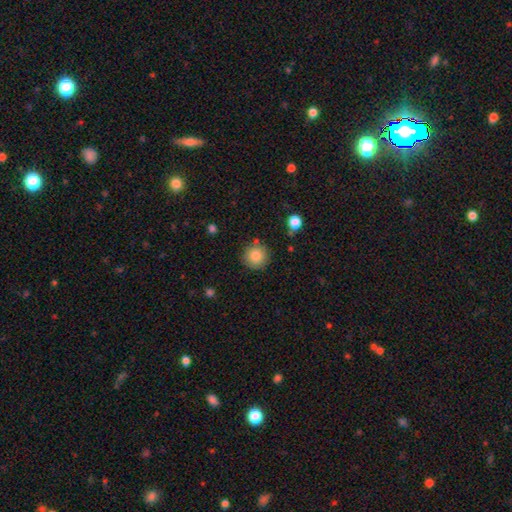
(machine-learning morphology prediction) A smooth galaxy with no disk features (84%) that is round (94%).

Vote fractions:
- Smooth or featured? smooth: 84% / star or artifact: 10% / featured or disk: 7%
- How rounded? round: 94% / in between: 5% / cigar-shaped: 1%
- Merging? none: 85% / minor disturbance: 9% / merger: 3% / major disturbance: 3%